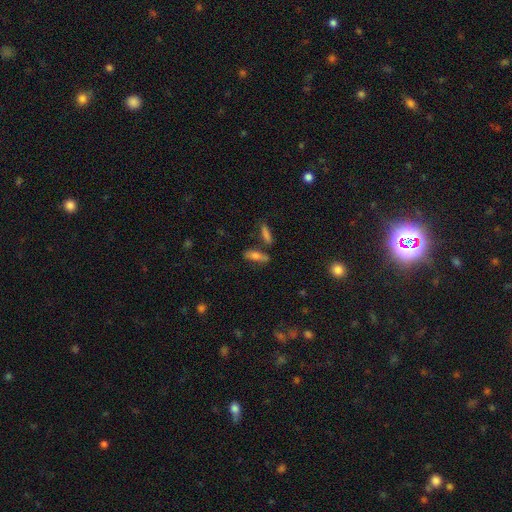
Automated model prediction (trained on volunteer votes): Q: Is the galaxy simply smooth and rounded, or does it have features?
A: smooth — 66%.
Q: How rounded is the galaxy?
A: cigar-shaped — 51%.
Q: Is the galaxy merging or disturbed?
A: none — 68%.